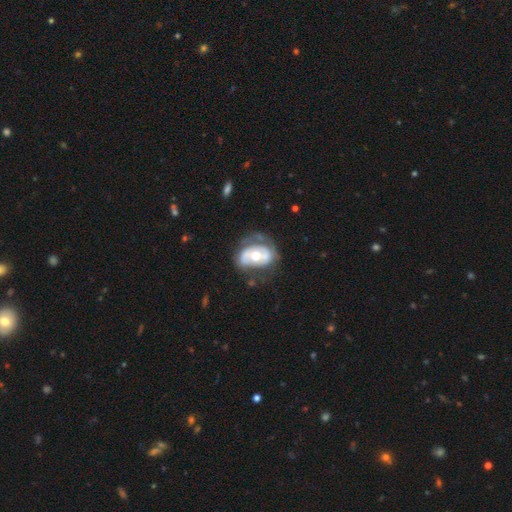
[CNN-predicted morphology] Smooth or featured? Predicted: featured or disk (p=0.64). Edge-on disk? Predicted: no (p=0.95). Bar? Predicted: no (p=0.72). Spiral arms? Predicted: no (p=0.51). Bulge size? Predicted: moderate (p=0.74). Merging? Predicted: none (p=0.47).